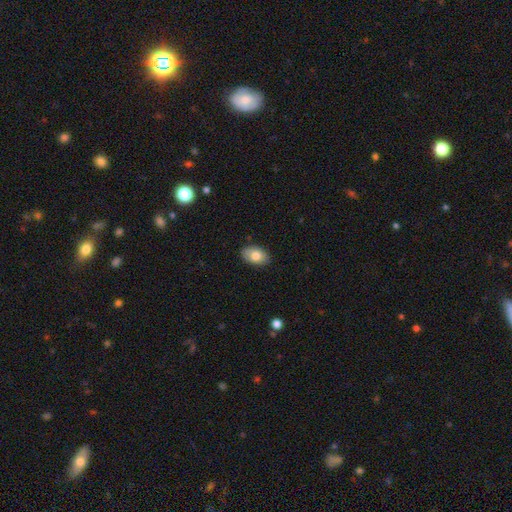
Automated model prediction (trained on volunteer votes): A smooth galaxy with no disk features (80%) that is in between round and cigar-shaped (89%). Merging: none (86%).